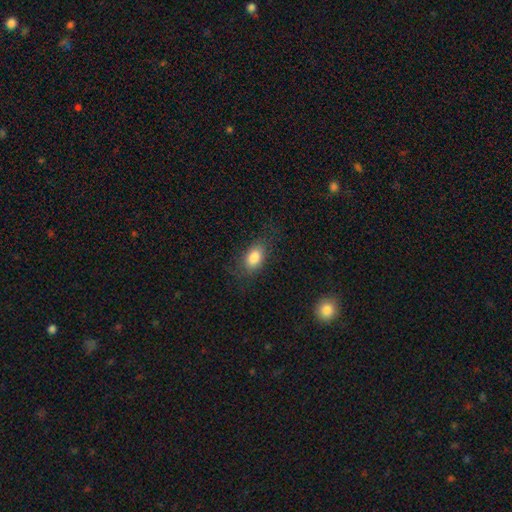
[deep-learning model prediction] Q: Smooth or featured?
A: smooth (82%); runner-up: featured or disk (10%)
Q: How rounded?
A: in between (86%); runner-up: round (10%)
Q: Merging?
A: none (72%); runner-up: minor disturbance (18%)